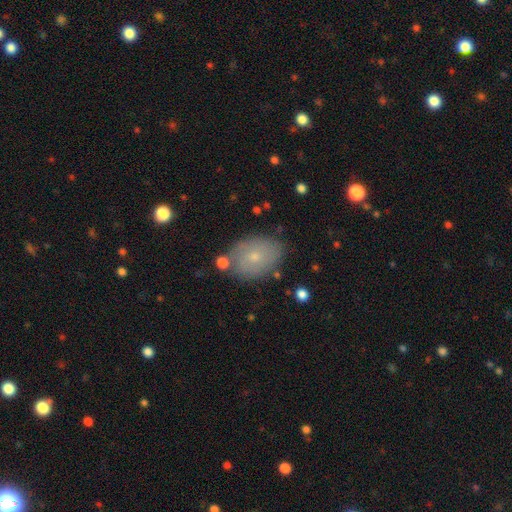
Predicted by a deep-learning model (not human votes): The model was most divided on "smooth or featured": smooth: 60%, featured or disk: 31%, star or artifact: 9%. More confident: merging — none (77%); how rounded — in between (76%).